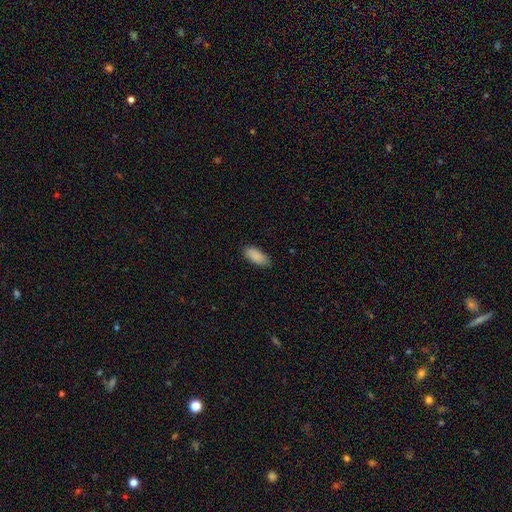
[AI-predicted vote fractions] A smooth galaxy with no disk features (89%) that is in between round and cigar-shaped (88%).

Vote fractions:
- Smooth or featured? smooth: 89% / star or artifact: 6% / featured or disk: 4%
- How rounded? in between: 88% / cigar-shaped: 10% / round: 2%
- Merging? none: 83% / minor disturbance: 14% / major disturbance: 2% / merger: 1%